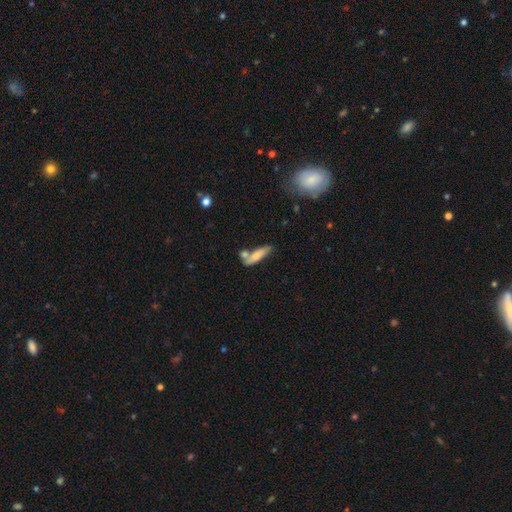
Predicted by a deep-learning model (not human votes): This is likely a smooth galaxy (69%). How rounded: likely cigar-shaped (62%). Merging: marginally none (44%).